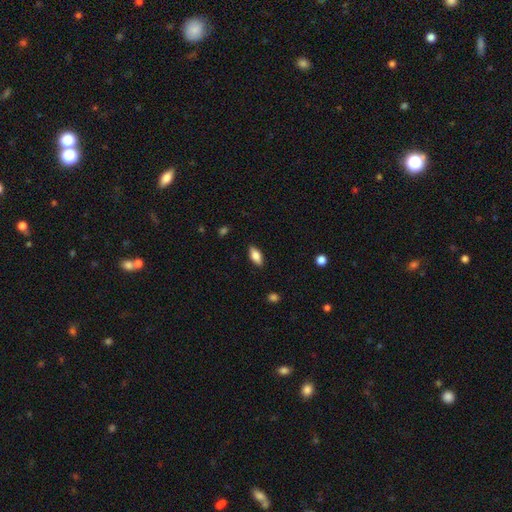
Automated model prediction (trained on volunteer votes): Overall: smooth (78%). How rounded: in between (86%). Merging: none (87%).